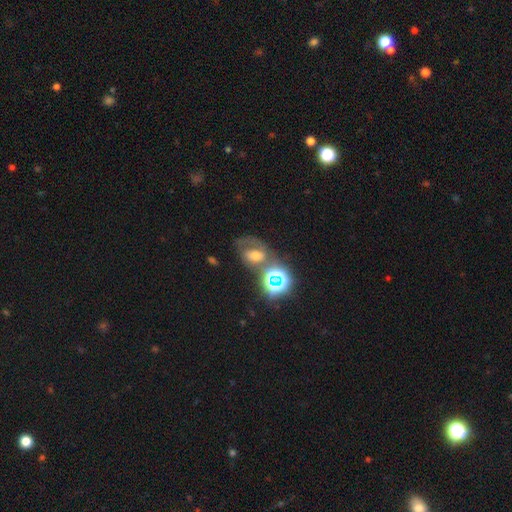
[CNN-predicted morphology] Smooth or featured?
  - smooth: 37% *
  - featured or disk: 32%
  - star or artifact: 31%
Merging?
  - none: 39% *
  - merger: 23%
  - minor disturbance: 20%
  - major disturbance: 18%